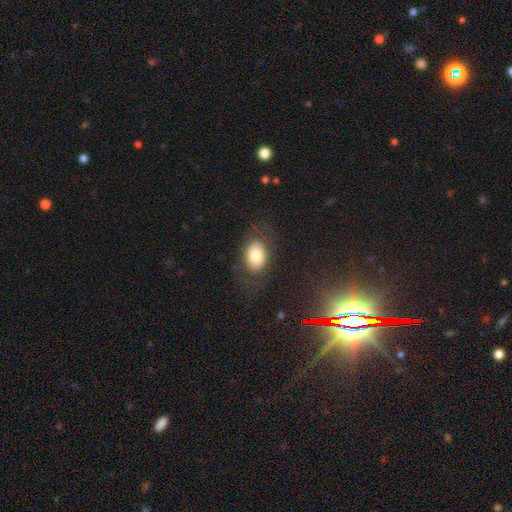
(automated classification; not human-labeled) Smooth or featured? smooth (75%)
How rounded? in between (84%)
Merging? none (77%)